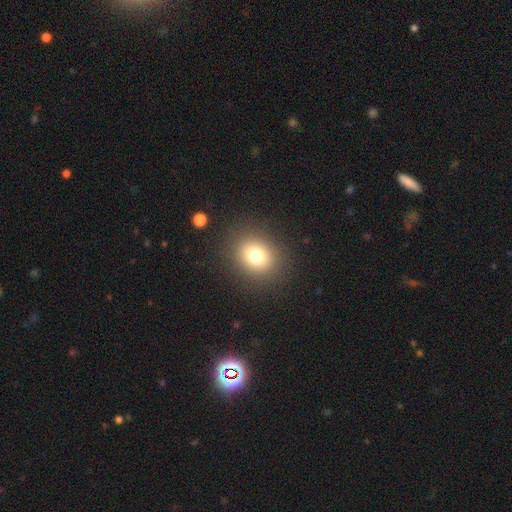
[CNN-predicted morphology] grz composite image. It shows a smooth galaxy with no disk features (77%) that is round (66%). Merging: none (88%).